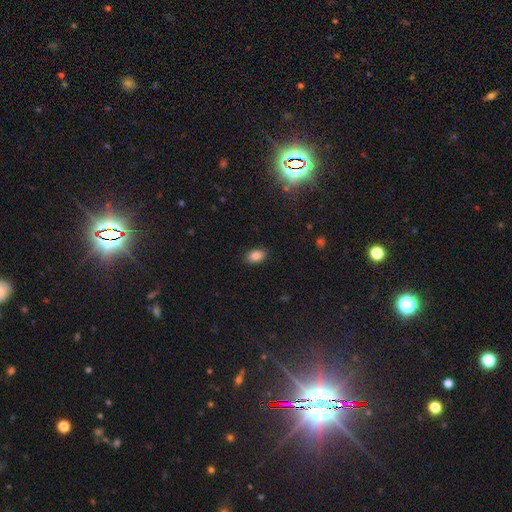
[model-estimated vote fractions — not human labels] Smooth or featured? Predicted: smooth (p=0.86). How rounded? Predicted: in between (p=0.89). Merging? Predicted: none (p=0.87).